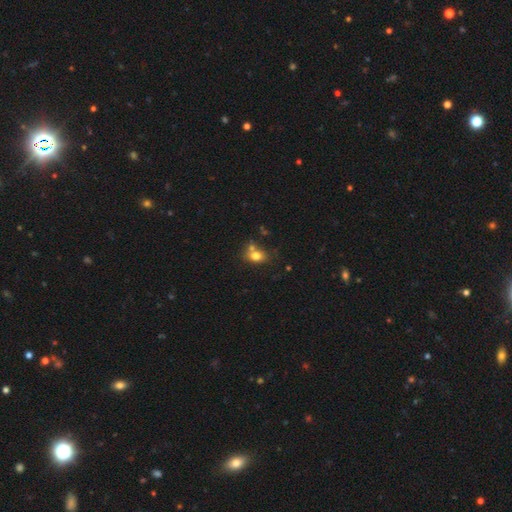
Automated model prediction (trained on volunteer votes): Smooth or featured? Predicted: smooth (p=0.76). How rounded? Predicted: in between (p=0.58). Merging? Predicted: none (p=0.53).